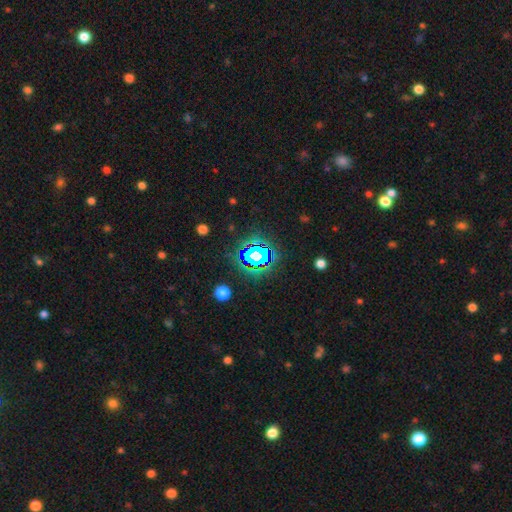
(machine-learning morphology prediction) A star or artifact, not a galaxy (71%).